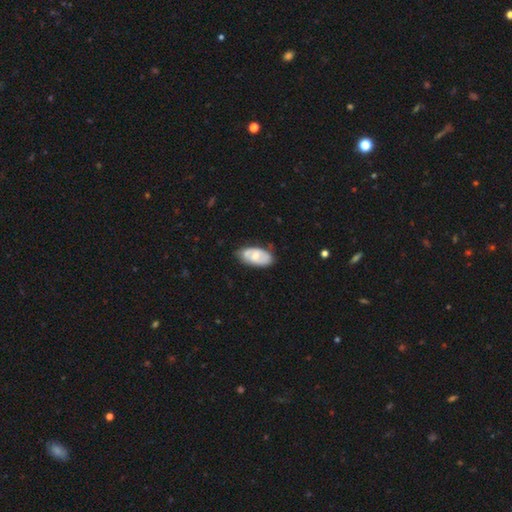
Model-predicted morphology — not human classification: smooth_or_featured: smooth (p=0.50) [alt: featured or disk p=0.45]
how_rounded: in between (p=0.93) [alt: round p=0.04]
merging: none (p=0.71) [alt: minor disturbance p=0.23]